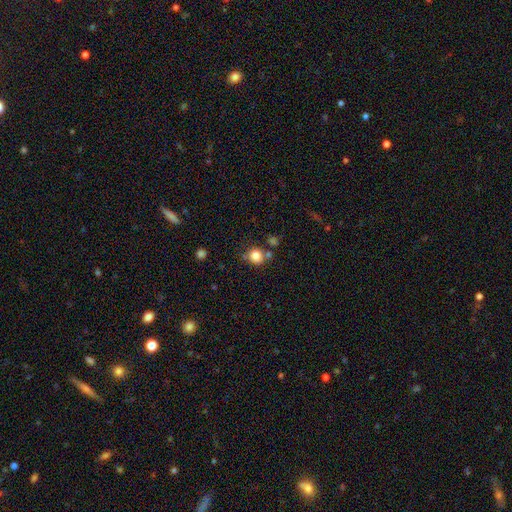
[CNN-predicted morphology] Smooth or featured?
  - smooth: 83% *
  - star or artifact: 11%
  - featured or disk: 6%
How rounded?
  - round: 82% *
  - in between: 17%
  - cigar-shaped: 1%
Merging?
  - none: 67% *
  - minor disturbance: 14%
  - merger: 14%
  - major disturbance: 5%